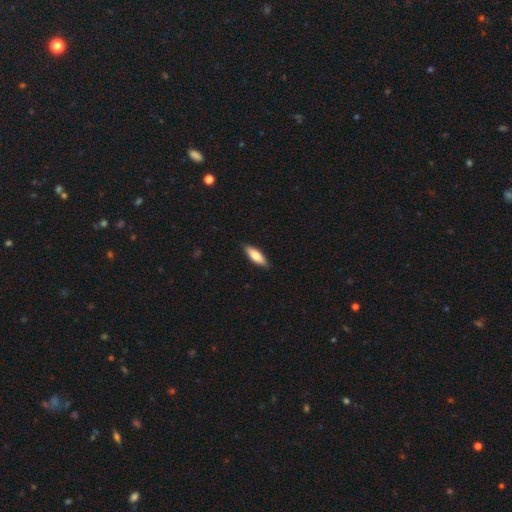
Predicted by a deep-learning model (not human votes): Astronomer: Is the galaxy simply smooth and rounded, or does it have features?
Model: smooth — 75%.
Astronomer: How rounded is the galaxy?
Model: in between — 53% (runner-up: cigar-shaped, 45%).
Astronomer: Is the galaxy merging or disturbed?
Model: none — 89%.